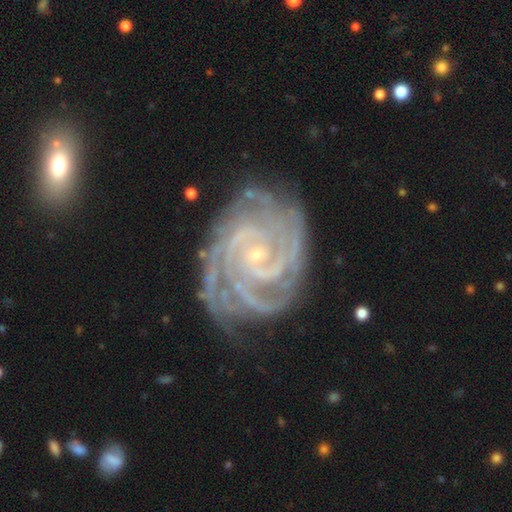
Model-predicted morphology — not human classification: featured or disk 92%, star or artifact 5%, smooth 3%. Down the decision tree: edge-on disk — no (98%); bar — no (63%); spiral arms — yes (99%); spiral arm count — 3 (24%); spiral winding — tight (79%); bulge size — small (84%); merging — none (72%).